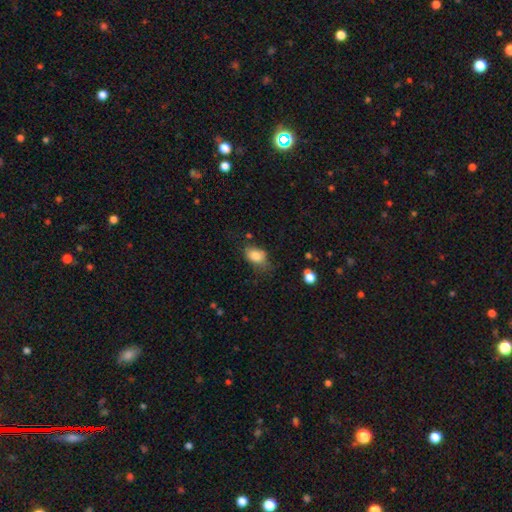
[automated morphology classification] Overall: smooth (82%). How rounded: in between (80%). Merging: none (54%; minor disturbance 31%).